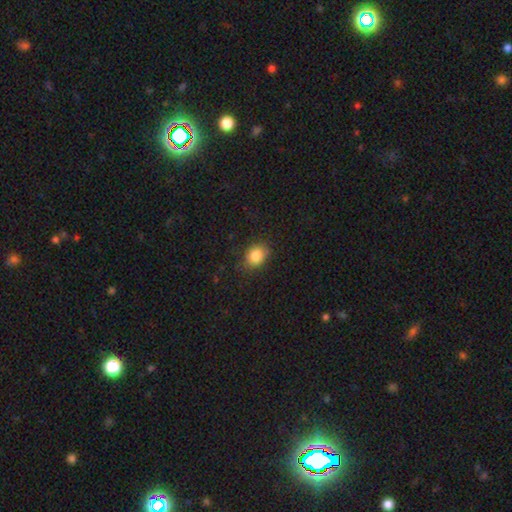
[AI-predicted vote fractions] Smooth or featured? Predicted: smooth (p=0.85). How rounded? Predicted: round (p=0.53). Merging? Predicted: none (p=0.80).